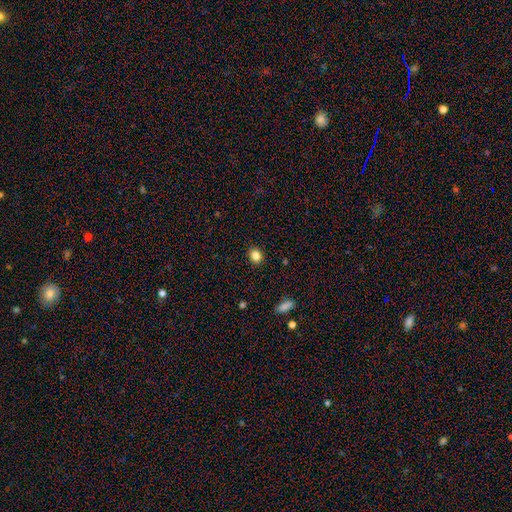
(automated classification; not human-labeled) Q: Smooth or featured?
A: smooth (84%); runner-up: star or artifact (11%)
Q: How rounded?
A: round (66%); runner-up: in between (33%)
Q: Merging?
A: none (90%); runner-up: minor disturbance (7%)